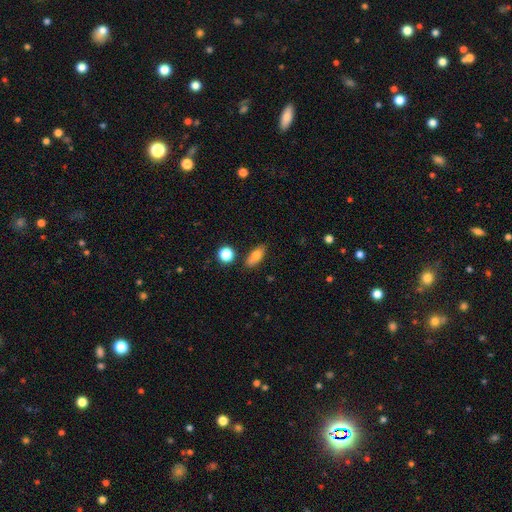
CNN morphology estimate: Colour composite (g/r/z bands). It shows a smooth galaxy with no disk features (75%) that is in between round and cigar-shaped (79%). Merging: none (72%).